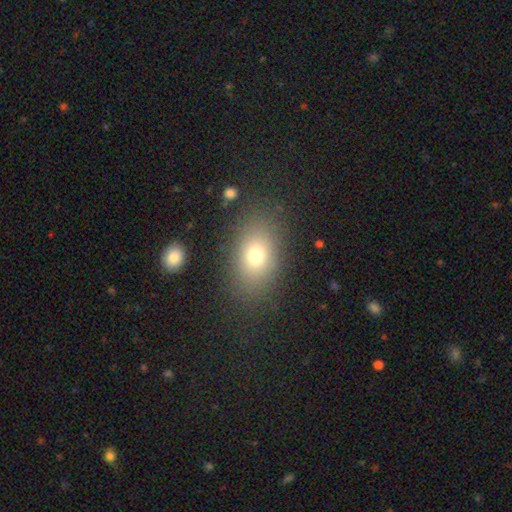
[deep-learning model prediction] smooth_or_featured: smooth (p=0.74) [alt: featured or disk p=0.13]
how_rounded: in between (p=0.81) [alt: round p=0.17]
merging: none (p=0.83) [alt: minor disturbance p=0.10]